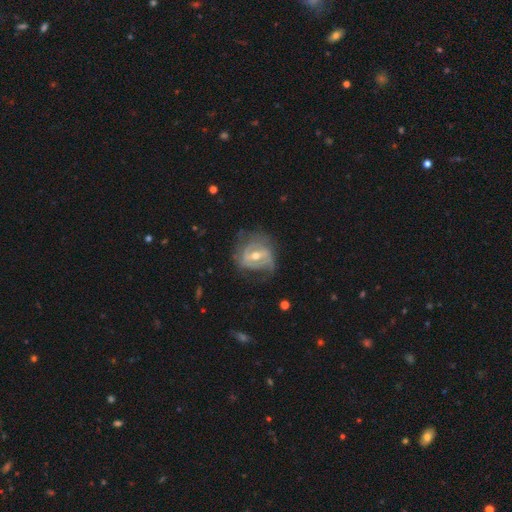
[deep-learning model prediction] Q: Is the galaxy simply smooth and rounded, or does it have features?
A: featured or disk — 82%.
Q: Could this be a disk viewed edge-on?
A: no — 97%.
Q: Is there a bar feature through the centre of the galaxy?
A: weak — 44%.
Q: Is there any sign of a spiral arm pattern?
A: yes — 83%.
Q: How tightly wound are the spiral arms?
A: tight — 39%, tied with medium.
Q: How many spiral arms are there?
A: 2 — 49%.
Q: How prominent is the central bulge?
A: moderate — 70%.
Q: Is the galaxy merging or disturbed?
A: none — 55%.